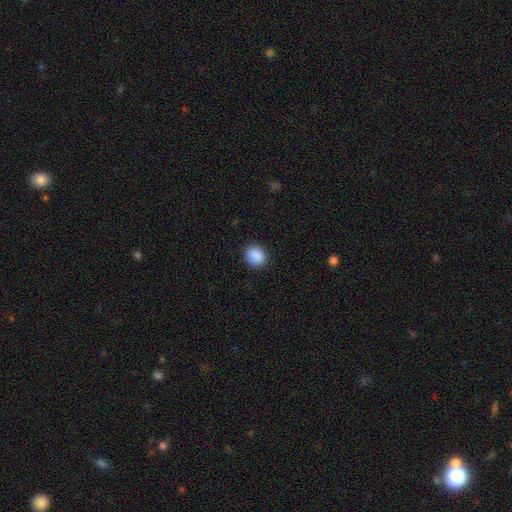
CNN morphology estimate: Q: Smooth or featured?
A: smooth (90%); runner-up: star or artifact (8%)
Q: How rounded?
A: round (67%); runner-up: in between (32%)
Q: Merging?
A: none (89%); runner-up: minor disturbance (8%)